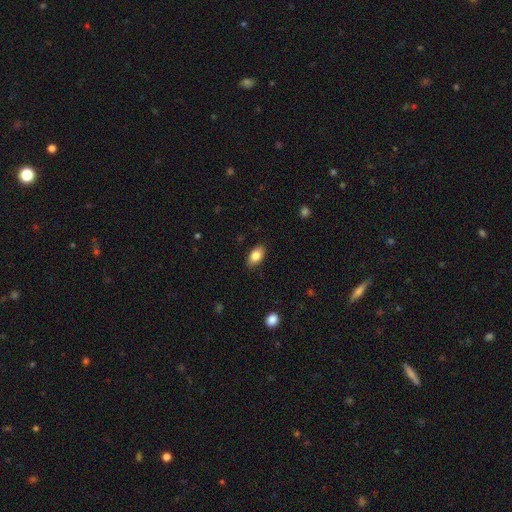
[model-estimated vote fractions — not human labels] This appears to be a smooth galaxy with no disk features (84%) that is in between round and cigar-shaped (90%). Merging: none (86%).